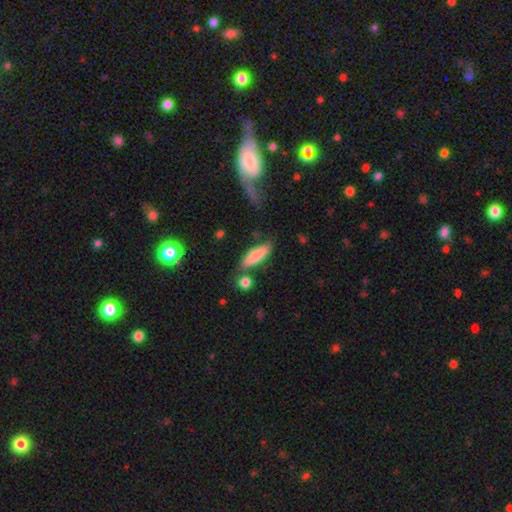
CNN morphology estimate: A smooth galaxy with no disk features (79%) that is cigar-shaped (57%). Merging: none (70%).